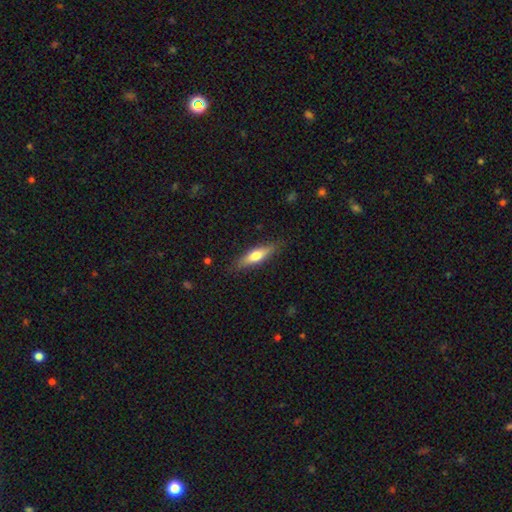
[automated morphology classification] Smooth or featured? Predicted: smooth (p=0.56). How rounded? Predicted: cigar-shaped (p=0.66). Merging? Predicted: none (p=0.85).